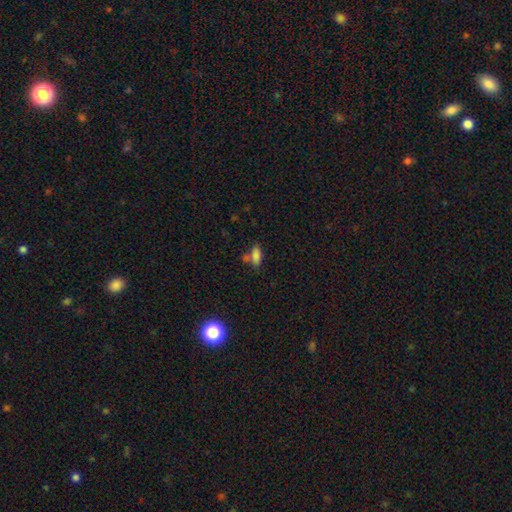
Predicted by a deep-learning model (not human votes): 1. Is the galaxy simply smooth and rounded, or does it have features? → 78% smooth, 13% star or artifact, 9% featured or disk.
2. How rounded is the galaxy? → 76% in between, 20% cigar-shaped, 4% round.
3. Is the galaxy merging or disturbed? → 49% none, 27% merger, 17% minor disturbance, 7% major disturbance.